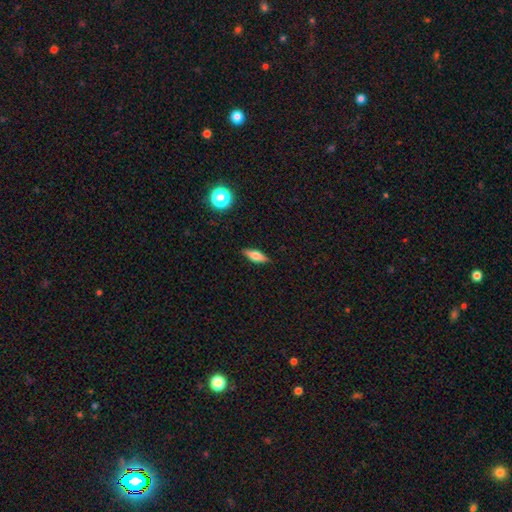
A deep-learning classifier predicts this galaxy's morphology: Smooth or featured?
  - smooth: 57% *
  - featured or disk: 35%
  - star or artifact: 8%
How rounded?
  - in between: 59% *
  - cigar-shaped: 37%
  - round: 4%
Merging?
  - none: 87% *
  - minor disturbance: 9%
  - major disturbance: 2%
  - merger: 1%